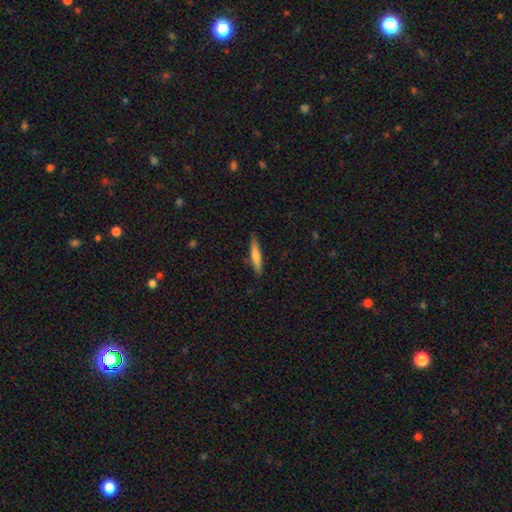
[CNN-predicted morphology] Overall: smooth (68%). How rounded: cigar-shaped (88%). Merging: none (87%).